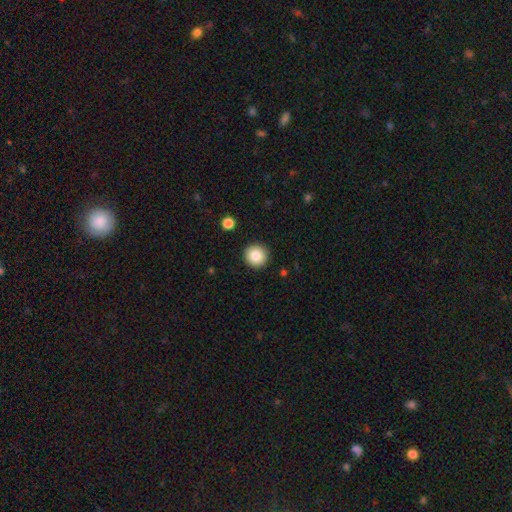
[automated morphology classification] Smooth or featured?
  - smooth: 85% *
  - star or artifact: 9%
  - featured or disk: 6%
How rounded?
  - round: 95% *
  - in between: 5%
  - cigar-shaped: 1%
Merging?
  - none: 92% *
  - minor disturbance: 5%
  - major disturbance: 2%
  - merger: 1%